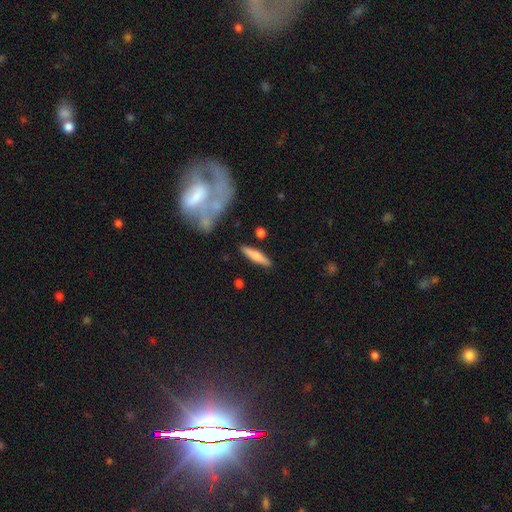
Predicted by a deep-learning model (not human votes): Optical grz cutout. It shows a smooth galaxy with no disk features (67%) that is cigar-shaped (81%). Merging: none (86%).